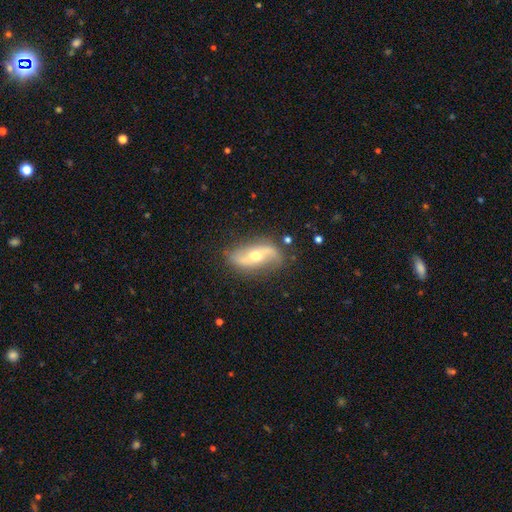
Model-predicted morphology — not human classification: The model was most divided on "bar": no: 46%, weak: 28%, strong: 26%. More confident: spiral arm count — 2 (92%); edge-on disk — no (90%); spiral arms — yes (89%); smooth or featured — featured or disk (82%); merging — none (80%); spiral winding — loose (76%); bulge size — moderate (70%).